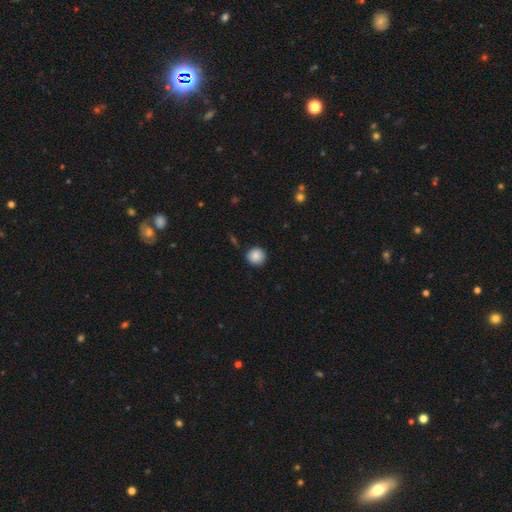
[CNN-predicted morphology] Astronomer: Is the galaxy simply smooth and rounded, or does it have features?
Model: smooth — 88%.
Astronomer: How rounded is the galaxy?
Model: round — 94%.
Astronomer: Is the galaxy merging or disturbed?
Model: none — 90%.